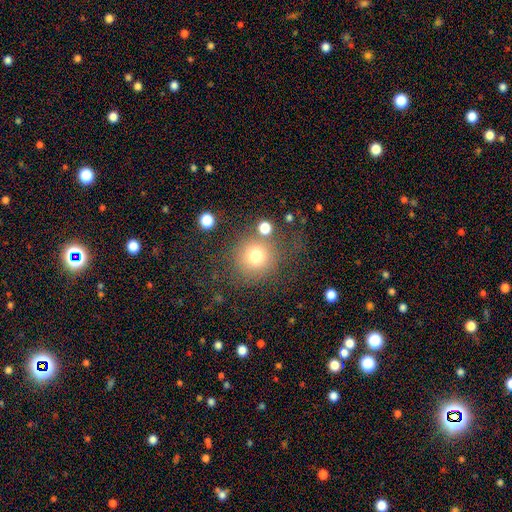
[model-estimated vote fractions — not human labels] This appears to be a smooth galaxy with no disk features (73%) that is round (91%). Merging: none (70%).